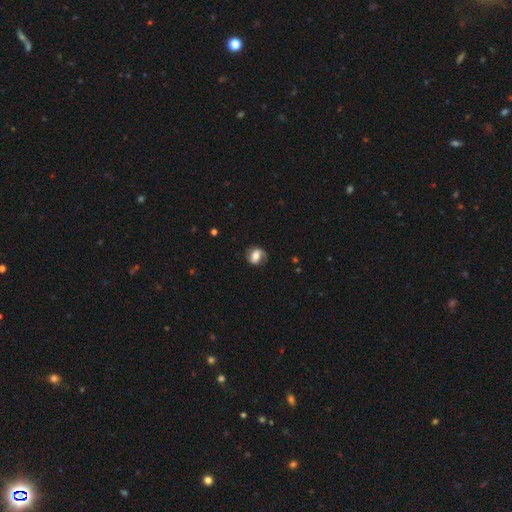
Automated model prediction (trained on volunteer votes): The model was most divided on "smooth or featured": smooth: 46%, featured or disk: 45%, star or artifact: 9%. More confident: merging — none (62%).